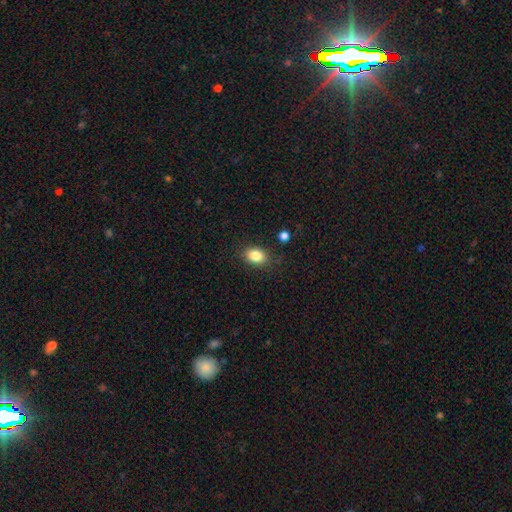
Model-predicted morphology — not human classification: Q: Smooth or featured?
A: smooth (84%); runner-up: star or artifact (9%)
Q: How rounded?
A: in between (75%); runner-up: round (24%)
Q: Merging?
A: none (84%); runner-up: minor disturbance (11%)